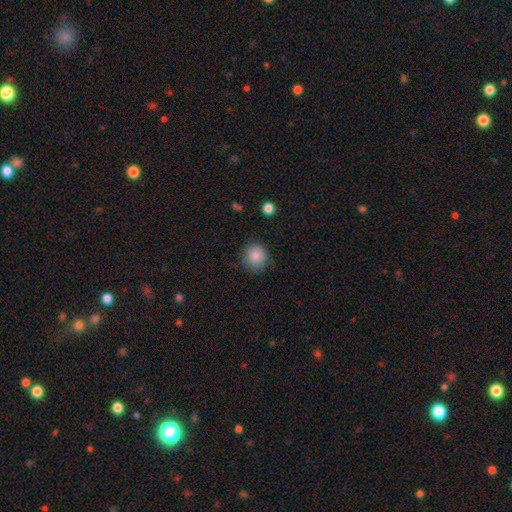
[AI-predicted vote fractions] The model was most divided on "merging": none: 81%, minor disturbance: 14%, major disturbance: 3%, merger: 1%. More confident: how rounded — round (90%); smooth or featured — smooth (86%).